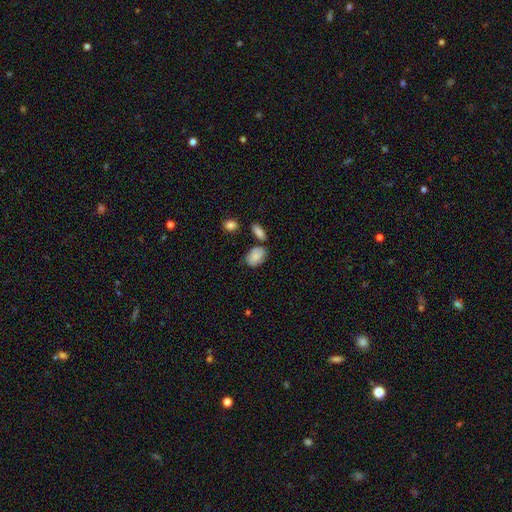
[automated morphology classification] This is clearly a smooth galaxy (84%). How rounded: clearly in between (89%). Merging: likely none (65%).